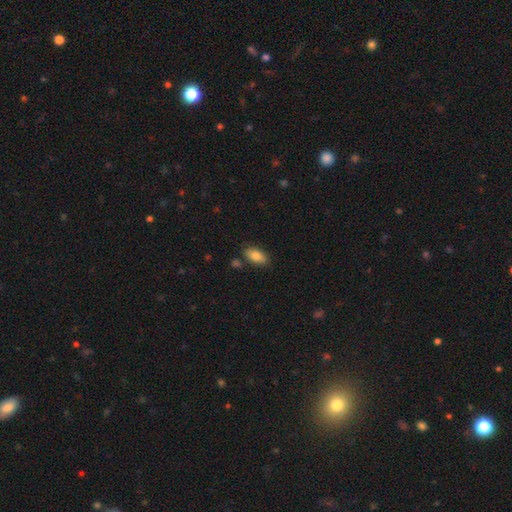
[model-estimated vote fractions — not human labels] This is clearly a smooth galaxy (83%). How rounded: clearly in between (92%). Merging: clearly none (80%).